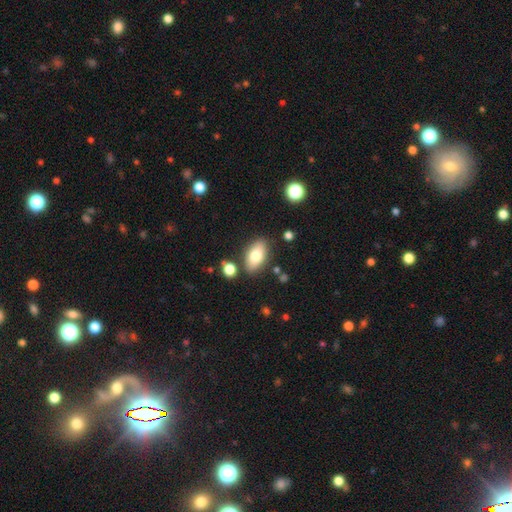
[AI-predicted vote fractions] Morphology: type=smooth (75%); roundness=in between (89%); merging=none (81%).